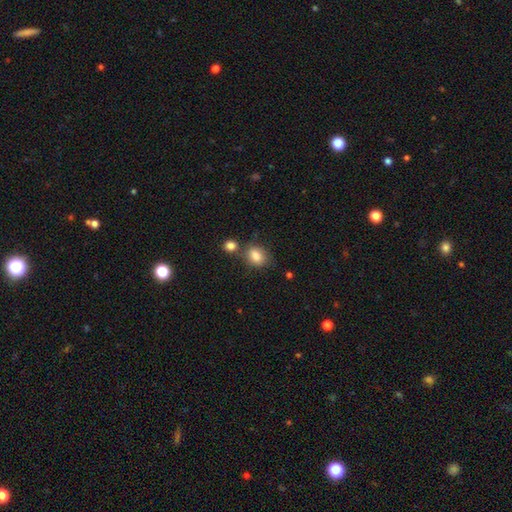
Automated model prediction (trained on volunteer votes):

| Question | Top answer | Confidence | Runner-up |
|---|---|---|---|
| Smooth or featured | smooth | 84% | star or artifact (9%) |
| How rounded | in between | 62% | round (37%) |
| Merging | none | 60% | merger (19%) |